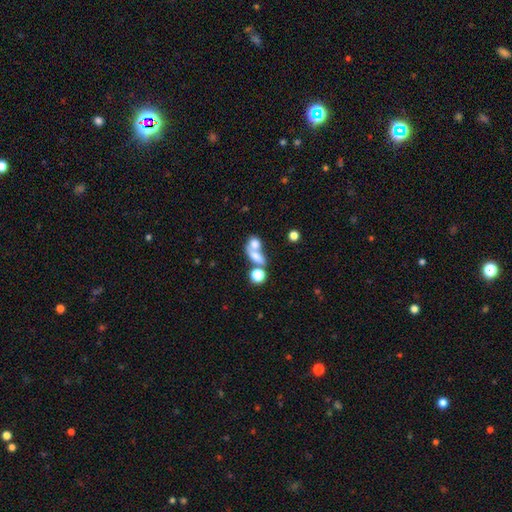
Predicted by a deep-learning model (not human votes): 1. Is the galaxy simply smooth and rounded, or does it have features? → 64% smooth, 22% featured or disk, 13% star or artifact.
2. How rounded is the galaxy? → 60% in between, 33% round, 7% cigar-shaped.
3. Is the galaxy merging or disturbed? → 61% merger, 21% none, 10% major disturbance, 8% minor disturbance.